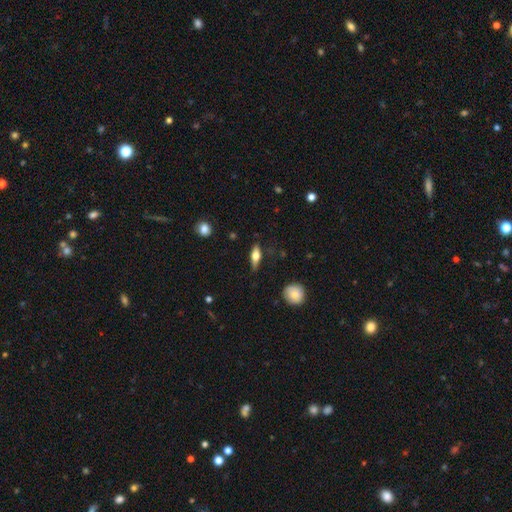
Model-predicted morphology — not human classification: The model was most divided on "smooth or featured": smooth: 51%, featured or disk: 42%, star or artifact: 7%. More confident: merging — none (80%); how rounded — in between (53%).